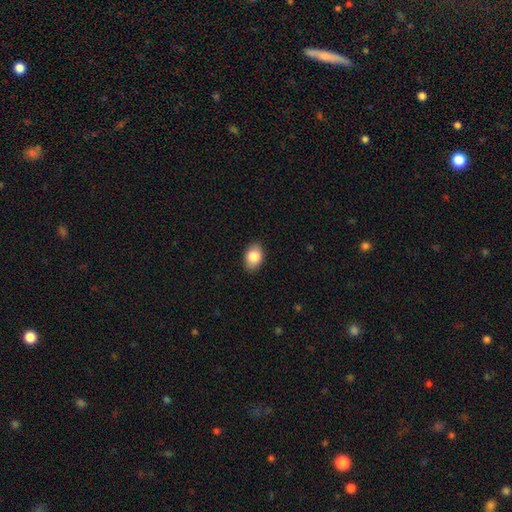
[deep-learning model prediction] Smooth or featured? smooth (85%)
How rounded? in between (80%)
Merging? none (88%)